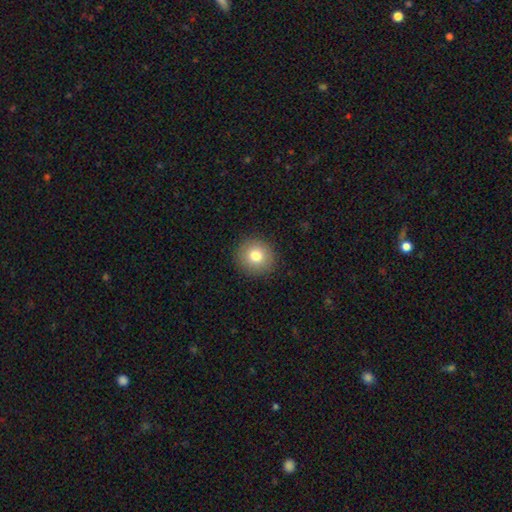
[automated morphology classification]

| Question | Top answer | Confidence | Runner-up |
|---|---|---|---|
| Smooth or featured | smooth | 78% | featured or disk (11%) |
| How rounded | round | 93% | in between (6%) |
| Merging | none | 91% | minor disturbance (6%) |